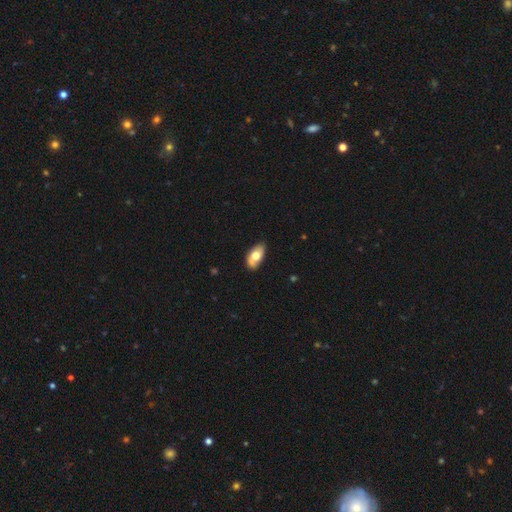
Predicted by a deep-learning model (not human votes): Smooth or featured? Predicted: smooth (p=0.65). How rounded? Predicted: in between (p=0.93). Merging? Predicted: none (p=0.70).